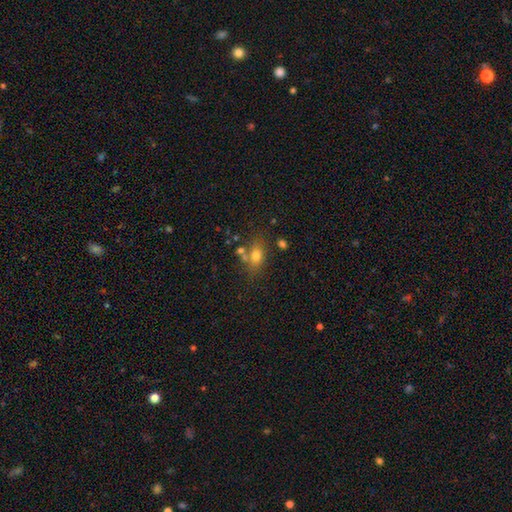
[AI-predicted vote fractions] Q: Smooth or featured?
A: smooth (72%); runner-up: featured or disk (15%)
Q: How rounded?
A: in between (73%); runner-up: round (24%)
Q: Merging?
A: none (59%); runner-up: merger (20%)